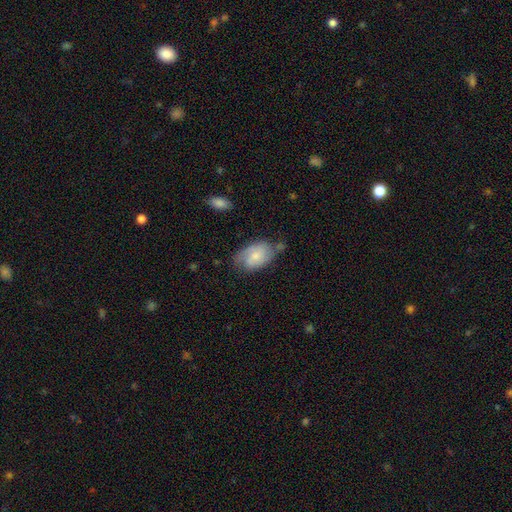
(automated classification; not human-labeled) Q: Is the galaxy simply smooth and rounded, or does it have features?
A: smooth — 51%.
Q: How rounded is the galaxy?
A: in between — 90%.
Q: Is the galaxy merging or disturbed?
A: none — 55%.